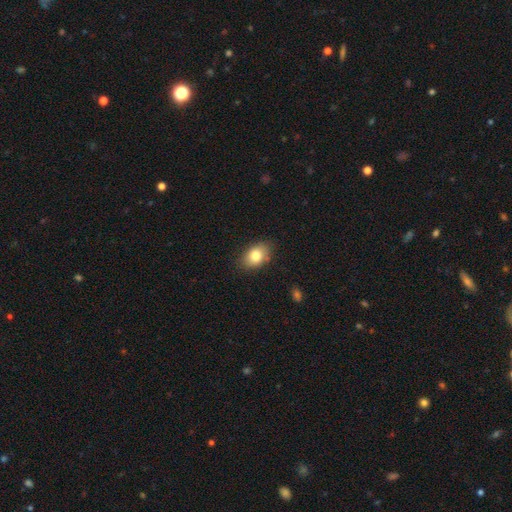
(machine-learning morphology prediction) Smooth or featured?
  - smooth: 82% *
  - featured or disk: 10%
  - star or artifact: 8%
How rounded?
  - in between: 81% *
  - round: 18%
  - cigar-shaped: 1%
Merging?
  - none: 82% *
  - minor disturbance: 13%
  - major disturbance: 3%
  - merger: 2%